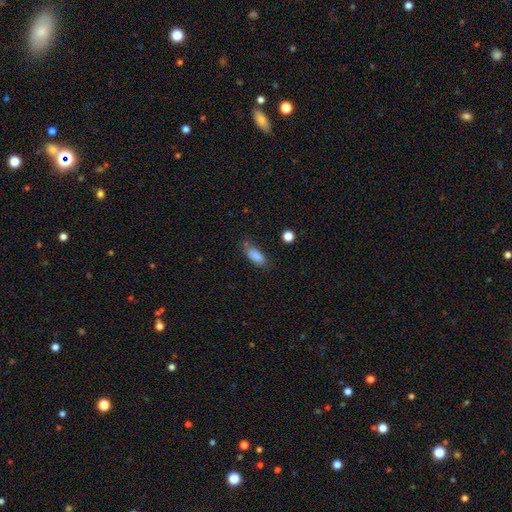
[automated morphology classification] The model was most divided on "merging": none: 62%, minor disturbance: 26%, major disturbance: 7%, merger: 4%. More confident: smooth or featured — smooth (85%); how rounded — in between (81%).